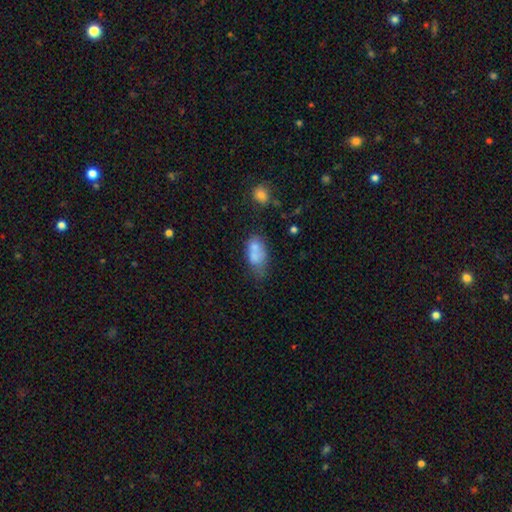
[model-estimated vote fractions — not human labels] Smooth or featured: smooth — 67% (featured or disk — 22%)
How rounded: in between — 82% (round — 14%)
Merging: merger — 43% (none — 28%)